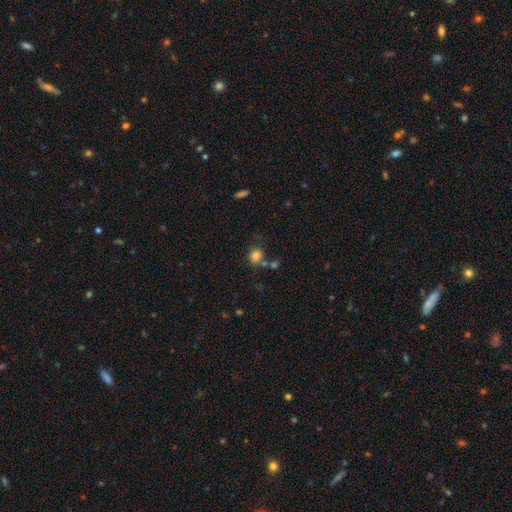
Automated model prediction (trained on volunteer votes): This is clearly a smooth galaxy (82%). How rounded: likely round (68%). Merging: likely none (66%).